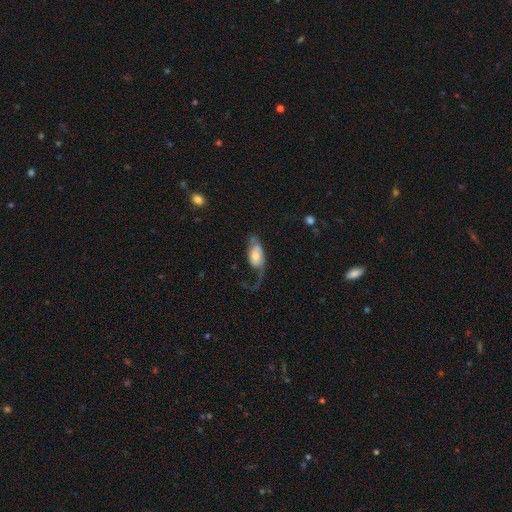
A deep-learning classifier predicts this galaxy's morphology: This appears to be a featured or disk galaxy (54%). Merging: major disturbance (46%).